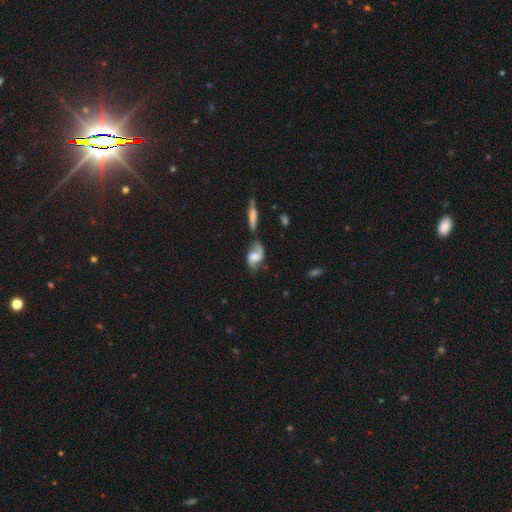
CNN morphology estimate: type=featured or disk (69%); edge-on=no (93%); bar=no (50%); spiral arms=yes (91%); winding=loose (62%); arm count=2 (87%); bulge=moderate (32%); merging=none (50%).